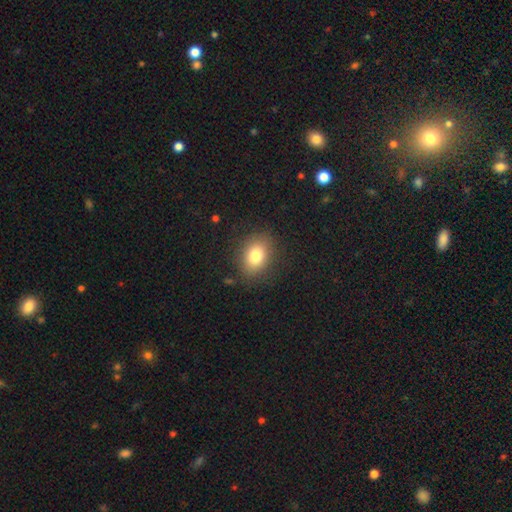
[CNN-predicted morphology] Smooth or featured? Predicted: smooth (p=0.79). How rounded? Predicted: in between (p=0.68). Merging? Predicted: none (p=0.85).